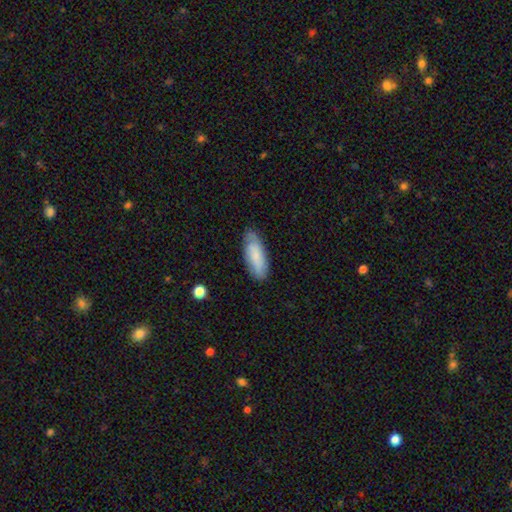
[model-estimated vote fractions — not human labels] Overall: smooth (72%). How rounded: in between (70%). Merging: none (76%).